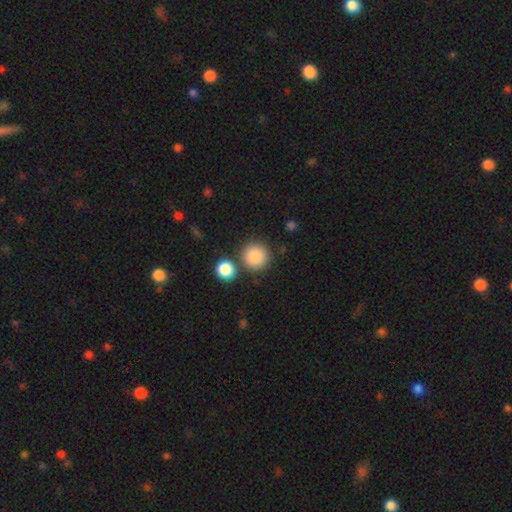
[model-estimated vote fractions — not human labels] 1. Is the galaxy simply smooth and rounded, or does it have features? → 87% smooth, 8% star or artifact, 5% featured or disk.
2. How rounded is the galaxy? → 93% round, 6% in between, 1% cigar-shaped.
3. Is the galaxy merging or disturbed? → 76% none, 13% merger, 8% minor disturbance, 3% major disturbance.